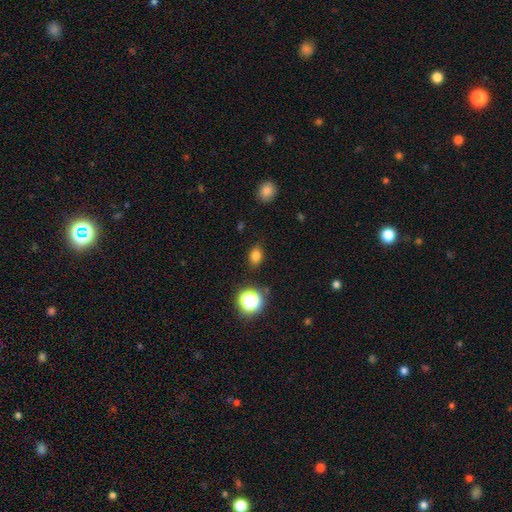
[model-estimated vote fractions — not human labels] This appears to be a smooth galaxy with no disk features (78%) that is in between round and cigar-shaped (67%). Merging: none (84%).